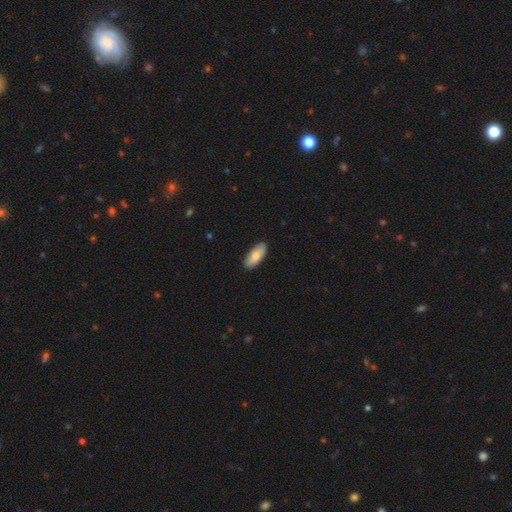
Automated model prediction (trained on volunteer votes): Smooth or featured?
  - smooth: 77% *
  - featured or disk: 18%
  - star or artifact: 5%
How rounded?
  - in between: 85% *
  - cigar-shaped: 13%
  - round: 2%
Merging?
  - none: 89% *
  - minor disturbance: 8%
  - major disturbance: 1%
  - merger: 1%